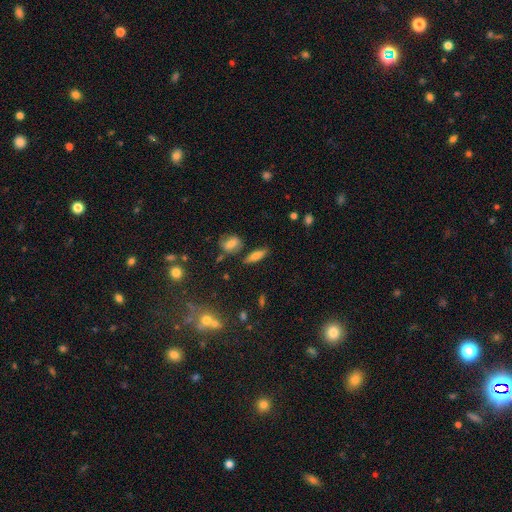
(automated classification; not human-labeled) A smooth galaxy with no disk features (64%) that is cigar-shaped (50%).

Vote fractions:
- Smooth or featured? smooth: 64% / featured or disk: 25% / star or artifact: 11%
- How rounded? cigar-shaped: 50% / in between: 45% / round: 5%
- Merging? none: 78% / minor disturbance: 13% / merger: 6% / major disturbance: 3%